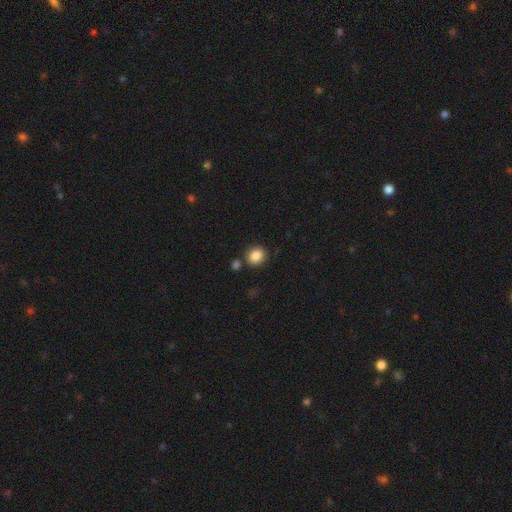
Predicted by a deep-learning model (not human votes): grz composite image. It shows a smooth galaxy with no disk features (86%) that is round (76%). Merging: none (80%).